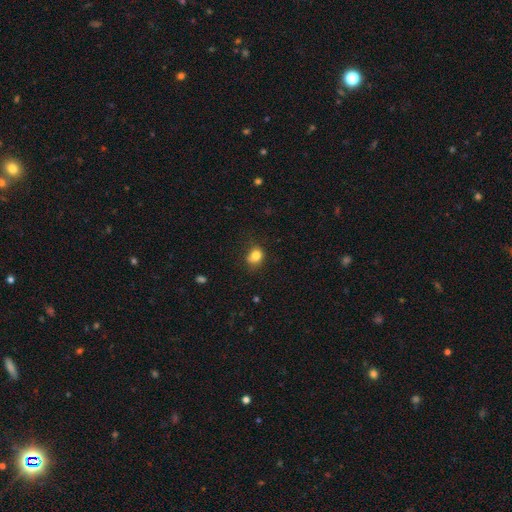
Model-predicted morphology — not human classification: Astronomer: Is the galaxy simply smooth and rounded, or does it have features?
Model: smooth — 81%.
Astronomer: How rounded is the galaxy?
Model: round — 62% (runner-up: in between, 37%).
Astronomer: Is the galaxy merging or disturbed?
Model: none — 65%.